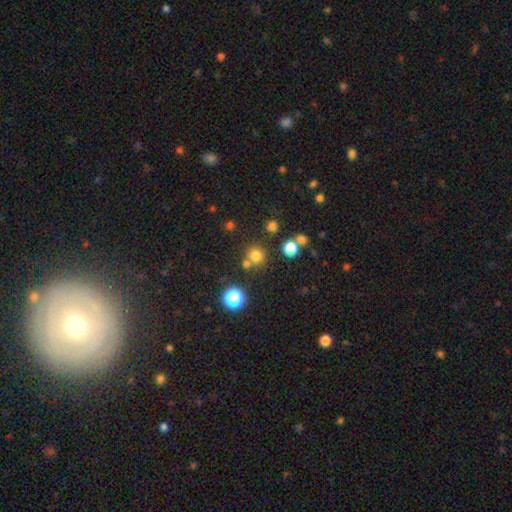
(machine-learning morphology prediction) smooth_or_featured: smooth (p=0.74) [alt: star or artifact p=0.20]
how_rounded: round (p=0.93) [alt: in between p=0.06]
merging: none (p=0.75) [alt: merger p=0.14]